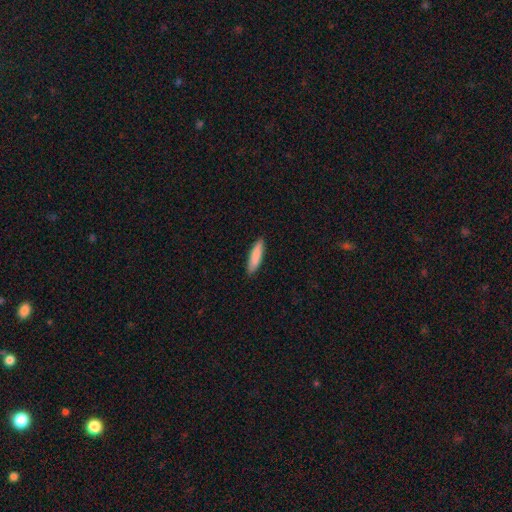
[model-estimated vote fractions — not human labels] Smooth or featured? Predicted: smooth (p=0.86). How rounded? Predicted: cigar-shaped (p=0.77). Merging? Predicted: none (p=0.90).